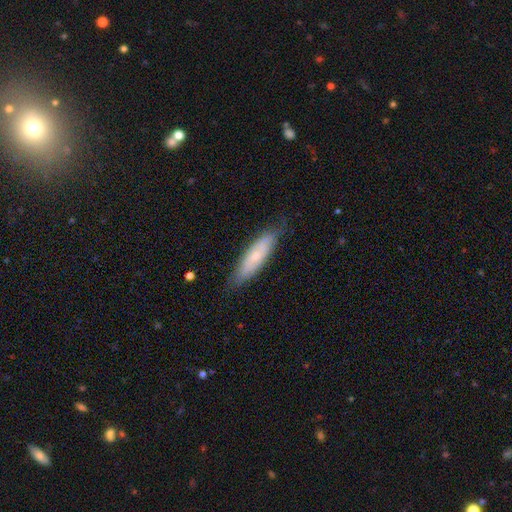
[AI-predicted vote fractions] smooth_or_featured: smooth (p=0.54) [alt: featured or disk p=0.39]
how_rounded: cigar-shaped (p=0.62) [alt: in between p=0.36]
merging: none (p=0.79) [alt: minor disturbance p=0.17]